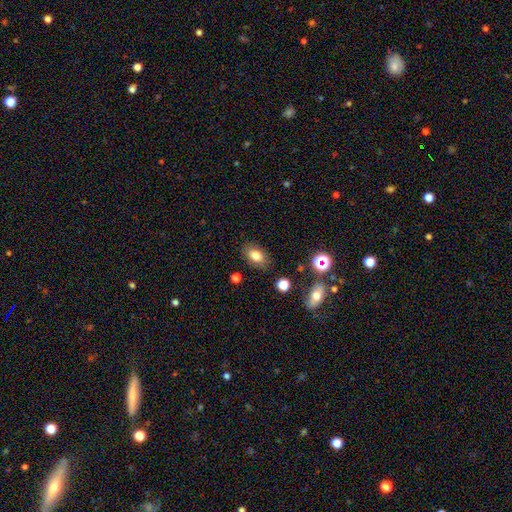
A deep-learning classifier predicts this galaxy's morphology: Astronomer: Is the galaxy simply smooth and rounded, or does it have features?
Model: smooth — 79%.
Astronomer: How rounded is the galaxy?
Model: in between — 86%.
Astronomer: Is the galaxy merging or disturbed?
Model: none — 84%.